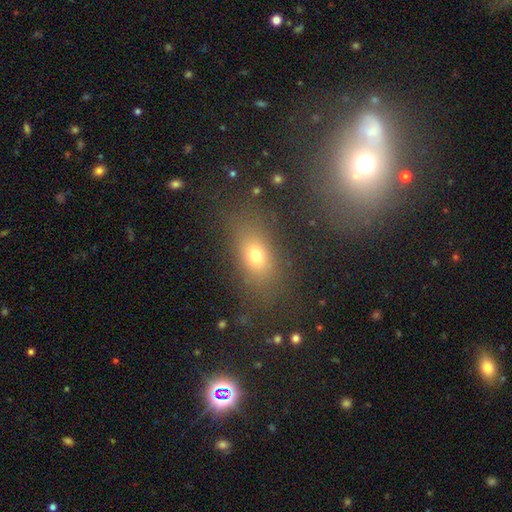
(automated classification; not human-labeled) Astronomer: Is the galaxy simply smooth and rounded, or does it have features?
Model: smooth — 69%.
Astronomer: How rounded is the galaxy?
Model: in between — 73%.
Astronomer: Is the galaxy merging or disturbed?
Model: none — 76%.